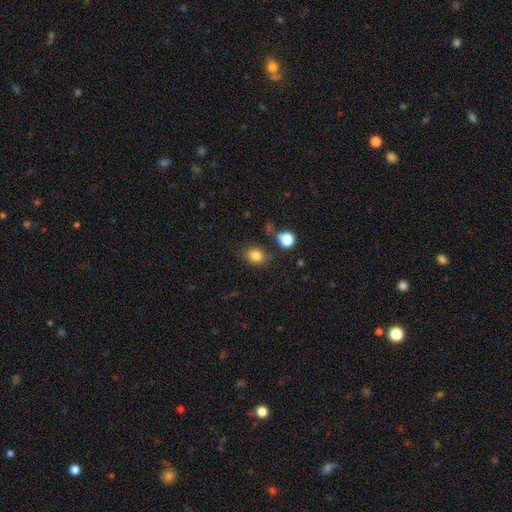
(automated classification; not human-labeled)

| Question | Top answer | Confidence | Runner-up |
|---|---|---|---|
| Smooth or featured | smooth | 83% | star or artifact (11%) |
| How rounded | round | 56% | in between (43%) |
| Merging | none | 75% | minor disturbance (14%) |